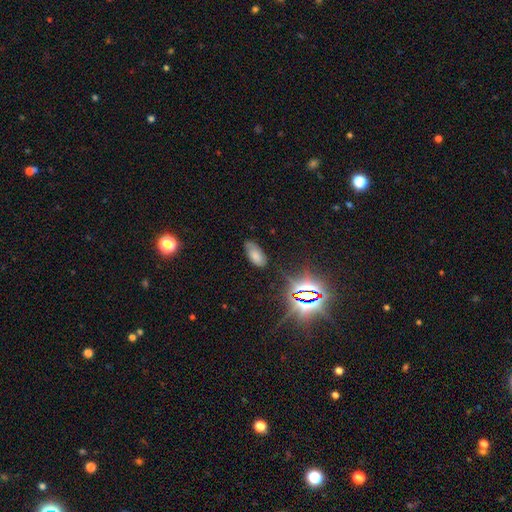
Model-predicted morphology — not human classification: Smooth or featured: smooth — 69% (star or artifact — 20%)
How rounded: in between — 93% (cigar-shaped — 5%)
Merging: none — 73% (minor disturbance — 20%)